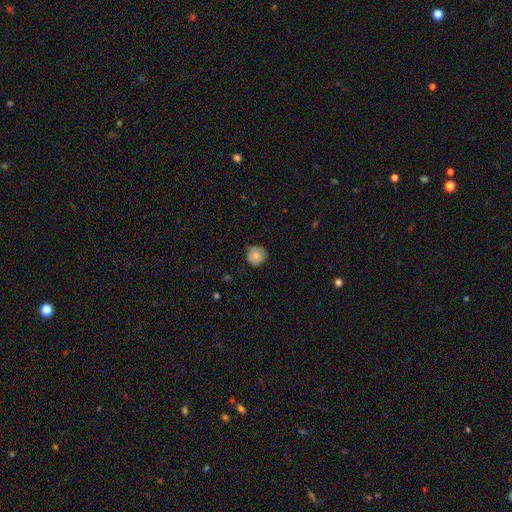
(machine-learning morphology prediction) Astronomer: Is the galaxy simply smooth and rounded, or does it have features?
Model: smooth — 81%.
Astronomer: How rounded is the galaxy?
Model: round — 91%.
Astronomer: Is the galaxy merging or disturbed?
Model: none — 80%.